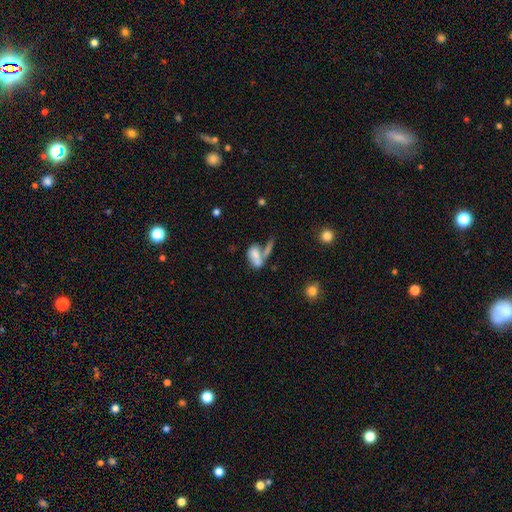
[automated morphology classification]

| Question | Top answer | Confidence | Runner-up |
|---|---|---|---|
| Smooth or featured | smooth | 67% | featured or disk (22%) |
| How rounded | in between | 81% | cigar-shaped (11%) |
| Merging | merger | 51% | none (24%) |